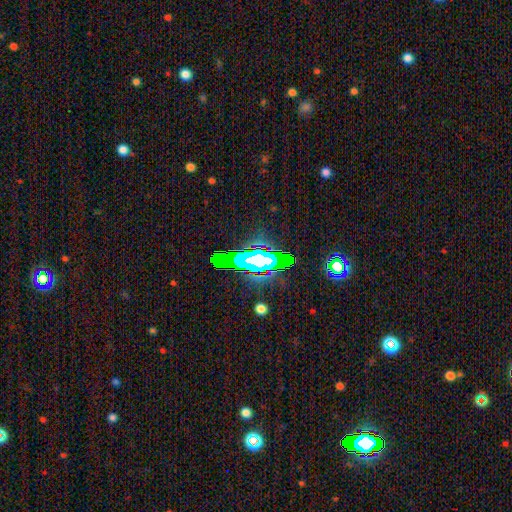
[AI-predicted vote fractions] Morphology: type=star or artifact (52%).